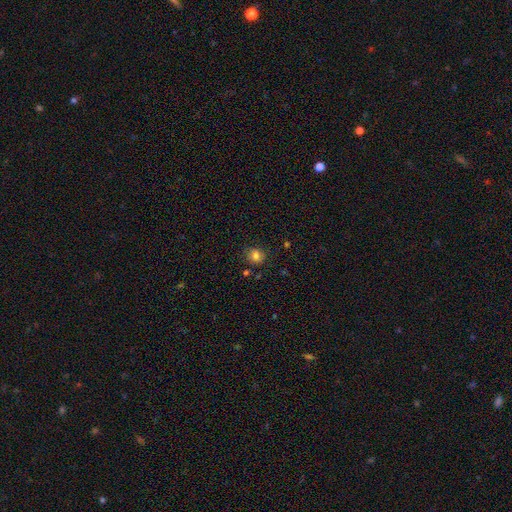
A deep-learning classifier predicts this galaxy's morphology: smooth-or-featured: smooth: 80% | star or artifact: 12% | featured or disk: 7%
  how-rounded: round: 76% | in between: 23% | cigar-shaped: 1%
  merging: none: 81% | minor disturbance: 13% | major disturbance: 3% | merger: 3%